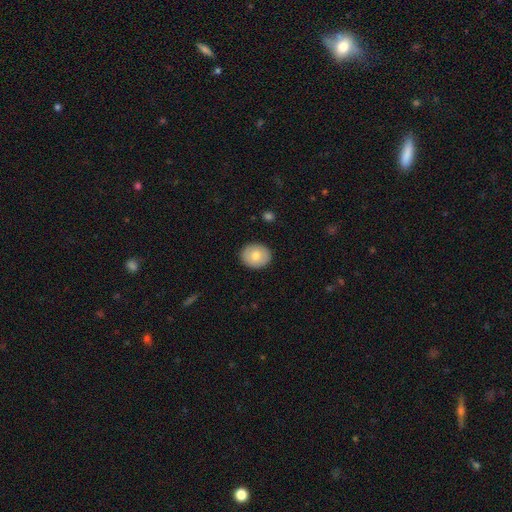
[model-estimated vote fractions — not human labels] A smooth galaxy with no disk features (73%) that is round (64%).

Vote fractions:
- Smooth or featured? smooth: 73% / featured or disk: 20% / star or artifact: 7%
- How rounded? round: 64% / in between: 35% / cigar-shaped: 1%
- Merging? none: 89% / minor disturbance: 8% / major disturbance: 2% / merger: 1%